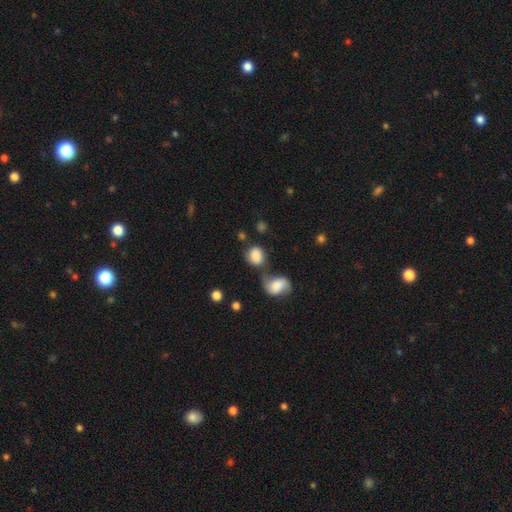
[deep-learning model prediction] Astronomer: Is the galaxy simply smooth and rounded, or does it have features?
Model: smooth — 82%.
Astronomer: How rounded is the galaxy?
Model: round — 62% (runner-up: in between, 37%).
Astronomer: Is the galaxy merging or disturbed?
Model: none — 42% (runner-up: merger, 35%).